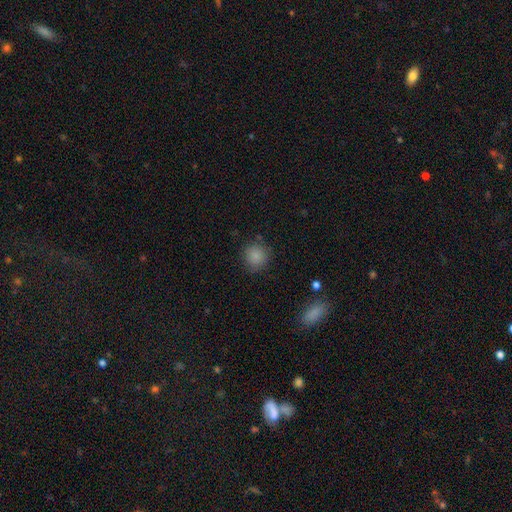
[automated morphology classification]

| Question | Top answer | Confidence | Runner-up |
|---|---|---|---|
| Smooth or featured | smooth | 85% | star or artifact (10%) |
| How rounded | round | 91% | in between (8%) |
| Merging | none | 84% | minor disturbance (11%) |